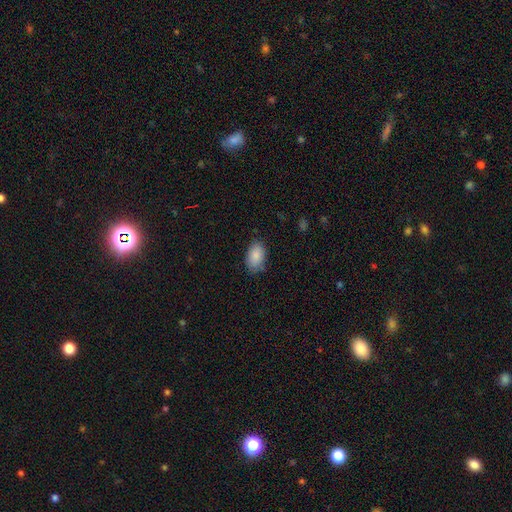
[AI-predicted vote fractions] Smooth or featured? smooth (88%)
How rounded? in between (91%)
Merging? none (78%)